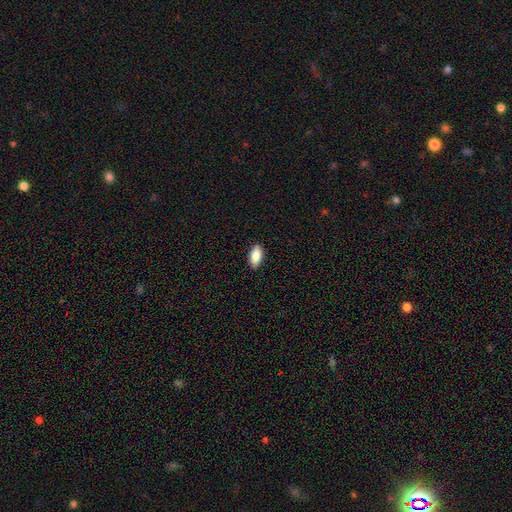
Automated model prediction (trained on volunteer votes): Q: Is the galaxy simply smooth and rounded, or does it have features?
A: smooth — 86%.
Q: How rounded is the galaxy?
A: in between — 91%.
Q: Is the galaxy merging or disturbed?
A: none — 89%.